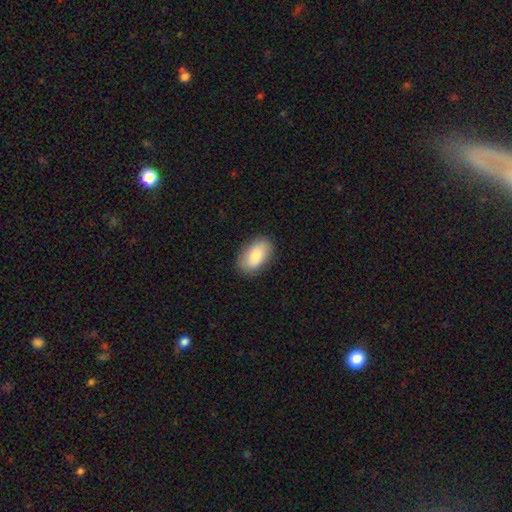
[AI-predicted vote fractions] smooth 79%, featured or disk 15%, star or artifact 6%. Down the decision tree: how rounded — in between (92%); merging — none (86%).